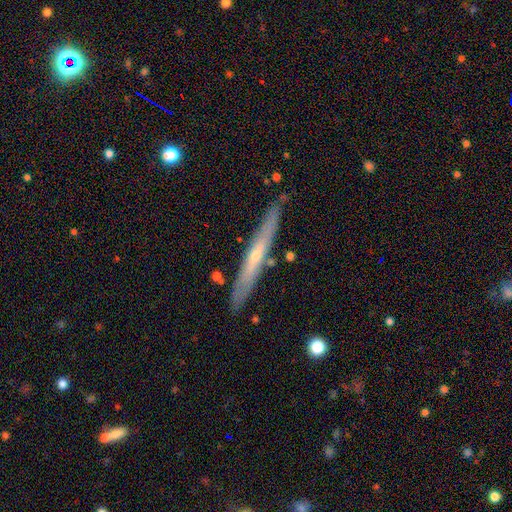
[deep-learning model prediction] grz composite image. It shows a featured or disk galaxy (65%) viewed edge-on (91%) with a rounded central bulge (59%). Merging: none (86%).